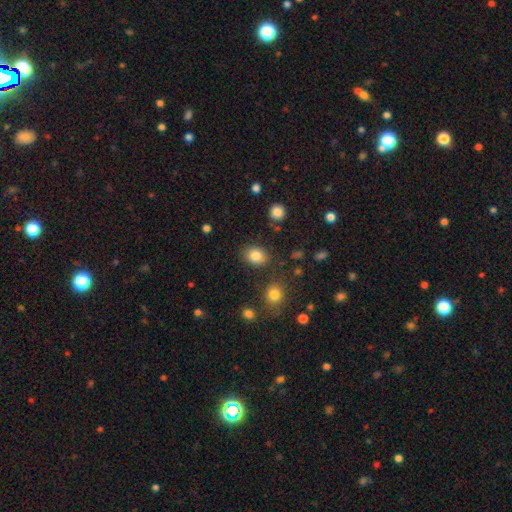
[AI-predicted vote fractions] Smooth or featured: smooth — 83% (star or artifact — 10%)
How rounded: in between — 55% (round — 44%)
Merging: none — 82% (minor disturbance — 10%)